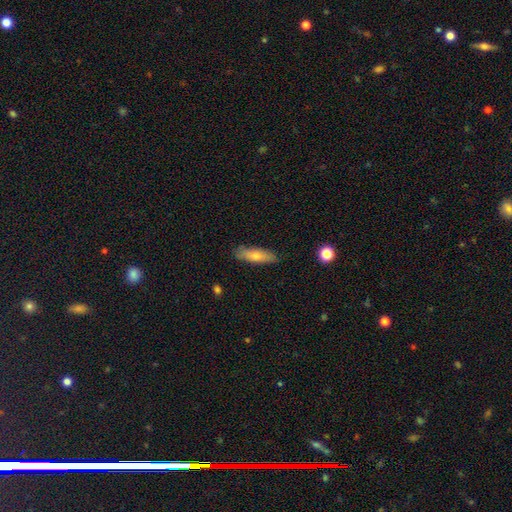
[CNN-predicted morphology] A smooth galaxy with no disk features (74%) that is cigar-shaped (56%).

Vote fractions:
- Smooth or featured? smooth: 74% / featured or disk: 20% / star or artifact: 6%
- How rounded? cigar-shaped: 56% / in between: 42% / round: 2%
- Merging? none: 83% / minor disturbance: 14% / major disturbance: 3% / merger: 1%